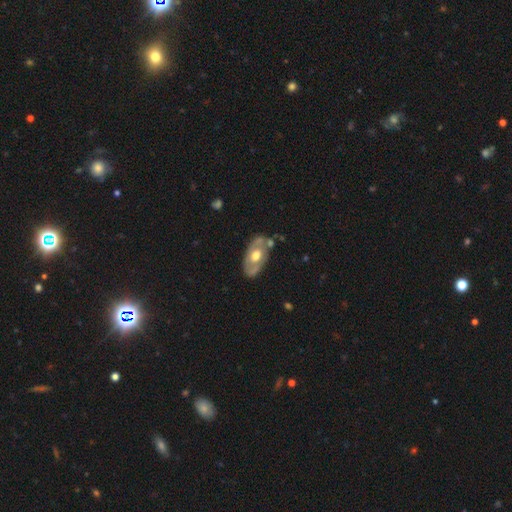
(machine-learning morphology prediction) Q: Smooth or featured?
A: featured or disk (62%); runner-up: smooth (33%)
Q: Edge-on disk?
A: no (89%); runner-up: yes (11%)
Q: Bar?
A: no (80%); runner-up: weak (16%)
Q: Spiral arms?
A: no (64%); runner-up: yes (36%)
Q: Bulge size?
A: moderate (71%); runner-up: large (20%)
Q: Merging?
A: none (69%); runner-up: minor disturbance (20%)